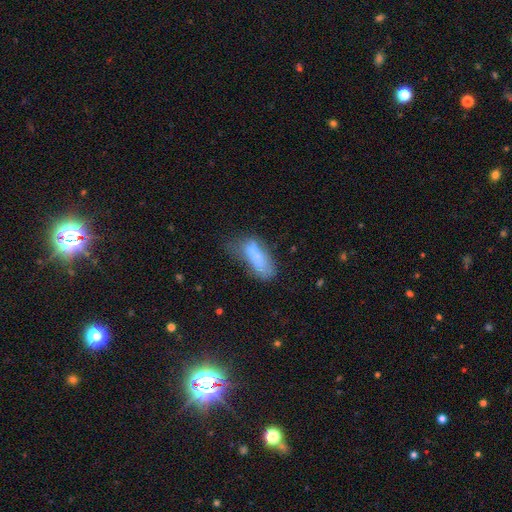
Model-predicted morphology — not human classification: A smooth galaxy with no disk features (66%) that is in between round and cigar-shaped (65%). Merging: none (30%).